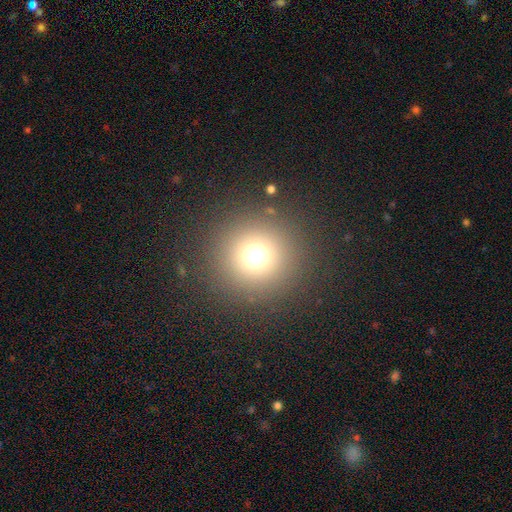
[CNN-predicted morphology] This appears to be a smooth galaxy with no disk features (68%) that is round (95%). Merging: none (88%).